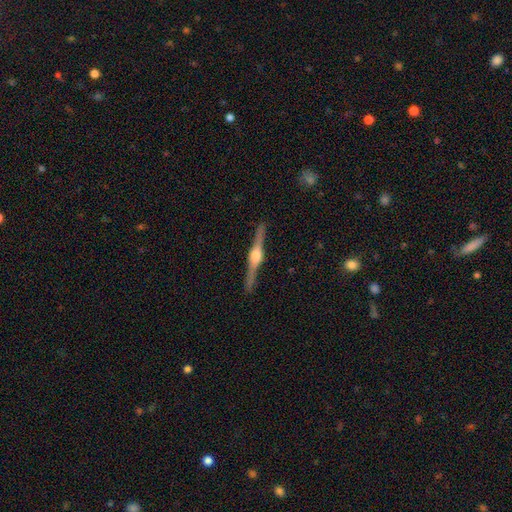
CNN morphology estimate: This is clearly a featured or disk galaxy (85%). It is clearly viewed edge-on (98%). Edge-on bulge: clearly rounded (93%). Merging: clearly none (91%).